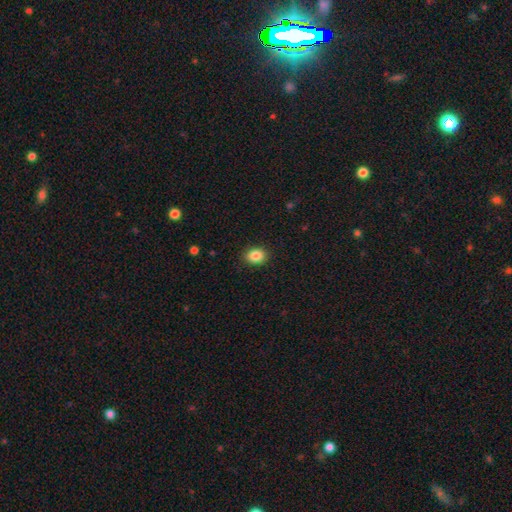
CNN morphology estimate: This appears to be a smooth galaxy with no disk features (85%) that is in between round and cigar-shaped (54%). Merging: none (89%).